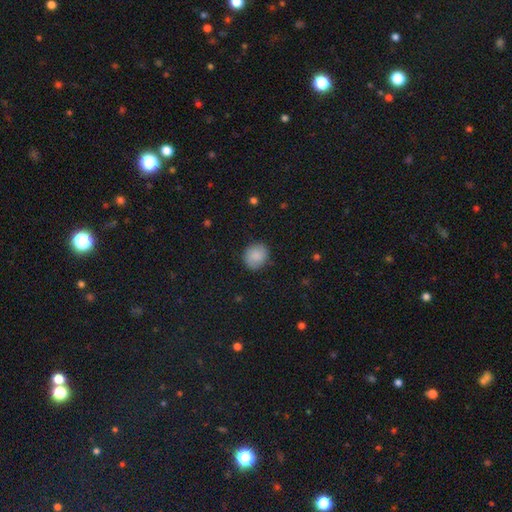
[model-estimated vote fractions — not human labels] Smooth or featured? smooth (84%)
How rounded? round (75%)
Merging? none (84%)